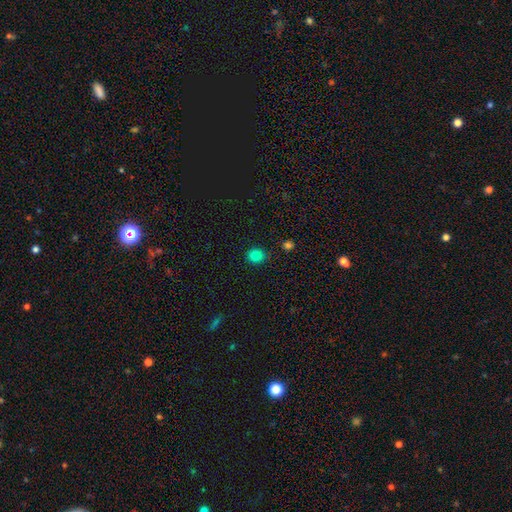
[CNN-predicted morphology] type=smooth (83%); roundness=round (81%); merging=none (85%).